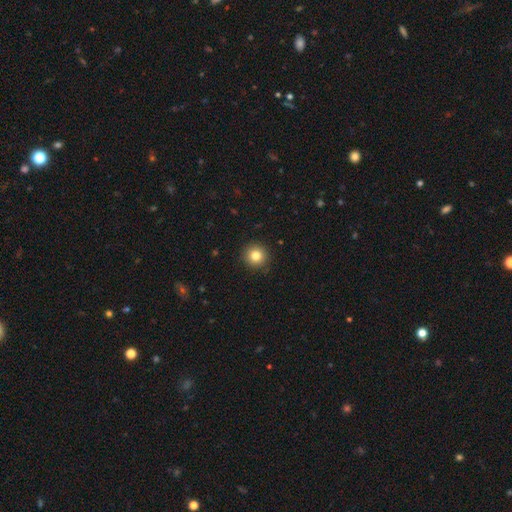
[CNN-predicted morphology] Smooth or featured: smooth — 82% (star or artifact — 11%)
How rounded: round — 94% (in between — 5%)
Merging: none — 91% (minor disturbance — 6%)